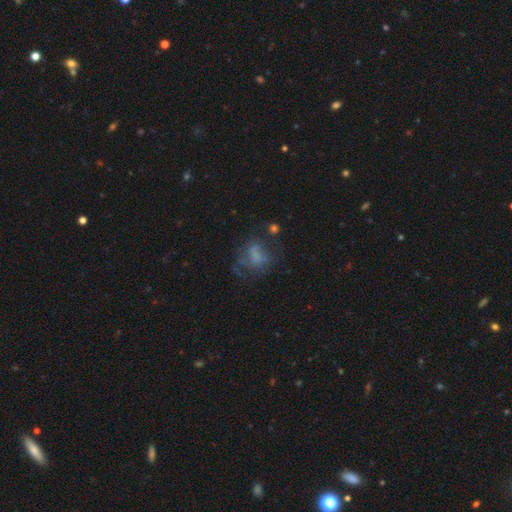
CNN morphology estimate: Smooth or featured?
  - smooth: 43% *
  - featured or disk: 39%
  - star or artifact: 17%
Merging?
  - none: 37% *
  - major disturbance: 36%
  - minor disturbance: 20%
  - merger: 7%